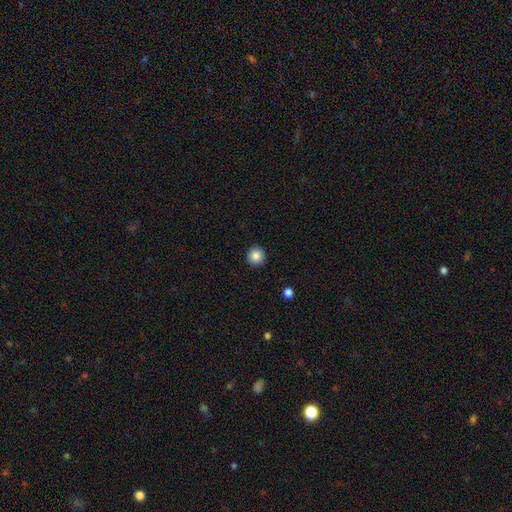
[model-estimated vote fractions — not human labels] The model was most divided on "smooth or featured": smooth: 86%, star or artifact: 9%, featured or disk: 4%. More confident: how rounded — round (96%); merging — none (93%).